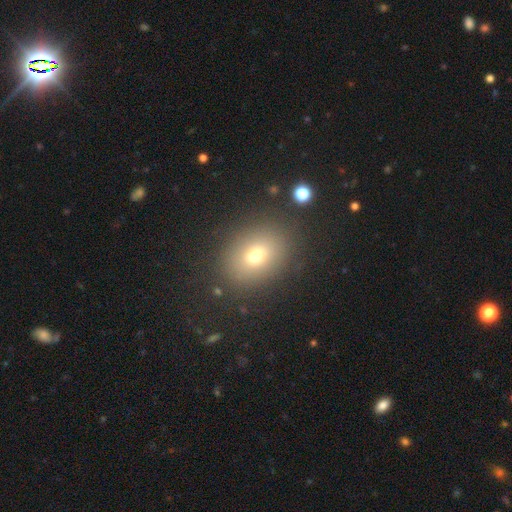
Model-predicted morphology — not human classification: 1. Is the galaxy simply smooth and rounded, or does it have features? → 71% smooth, 16% star or artifact, 14% featured or disk.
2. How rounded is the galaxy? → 59% in between, 40% round, 1% cigar-shaped.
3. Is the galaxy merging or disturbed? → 85% none, 9% minor disturbance, 4% major disturbance, 2% merger.